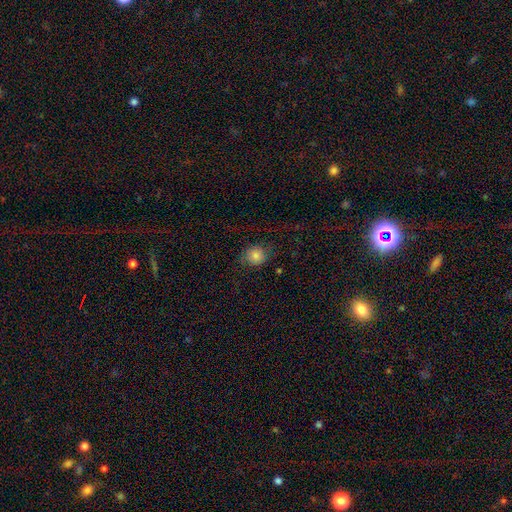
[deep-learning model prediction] A smooth galaxy with no disk features (83%) that is round (85%). Merging: none (79%).